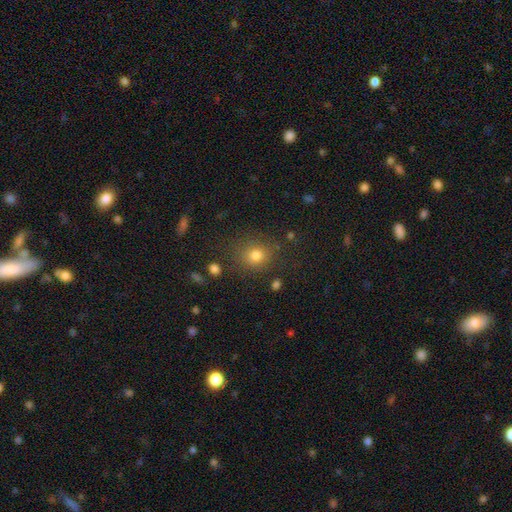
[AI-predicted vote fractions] This appears to be a smooth galaxy with no disk features (78%) that is round (79%). Merging: none (81%).